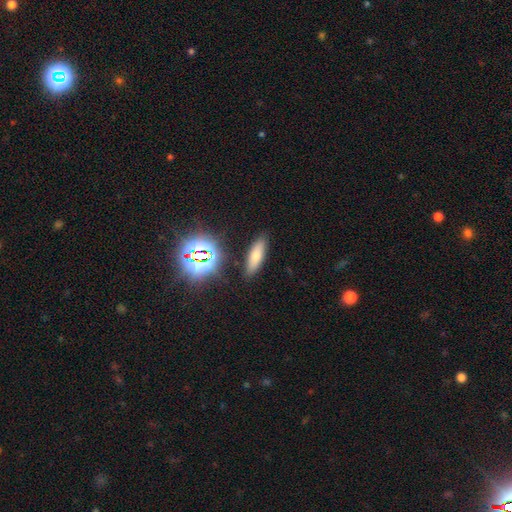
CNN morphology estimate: Smooth or featured? Predicted: smooth (p=0.61). How rounded? Predicted: cigar-shaped (p=0.48). Merging? Predicted: none (p=0.87).